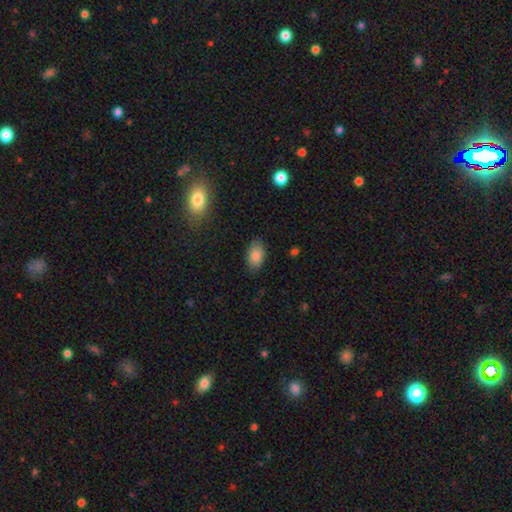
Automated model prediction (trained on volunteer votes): smooth_or_featured: smooth (p=0.85) [alt: star or artifact p=0.08]
how_rounded: in between (p=0.92) [alt: round p=0.06]
merging: none (p=0.84) [alt: minor disturbance p=0.12]